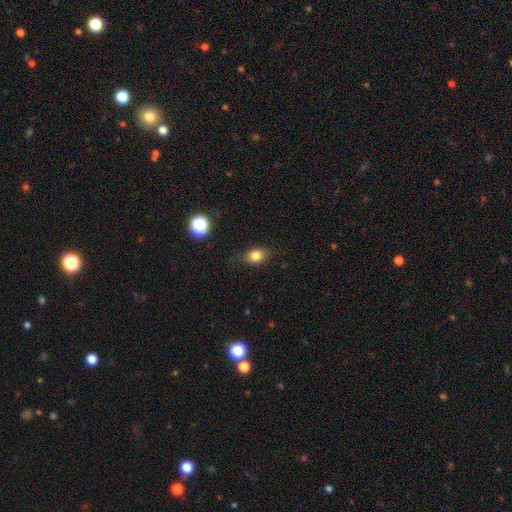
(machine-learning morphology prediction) type=smooth (80%); roundness=in between (68%); merging=none (78%).